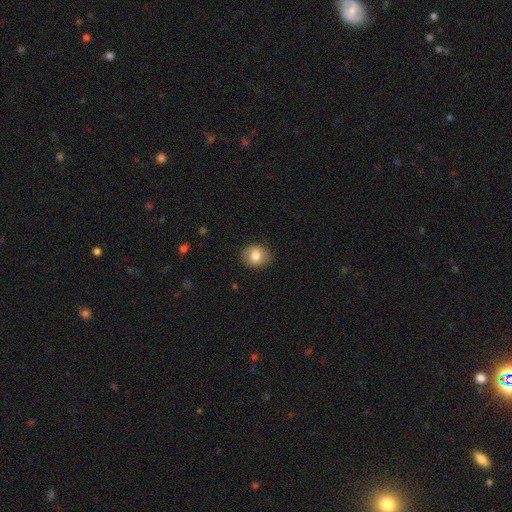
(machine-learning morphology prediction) This is likely a smooth galaxy (79%). How rounded: possibly round (58%). Merging: clearly none (87%).